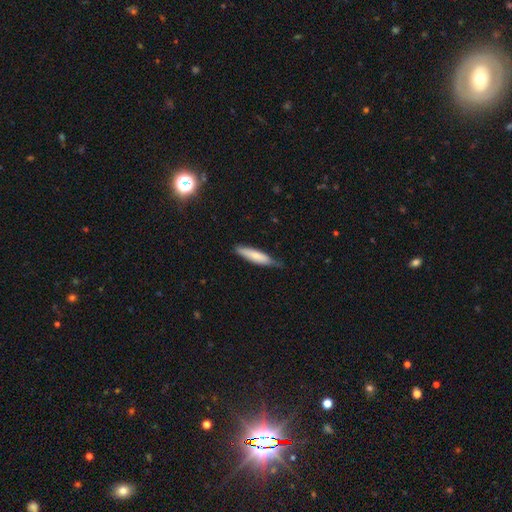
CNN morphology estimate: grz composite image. It shows a smooth galaxy with no disk features (75%) that is cigar-shaped (78%). Merging: none (66%).